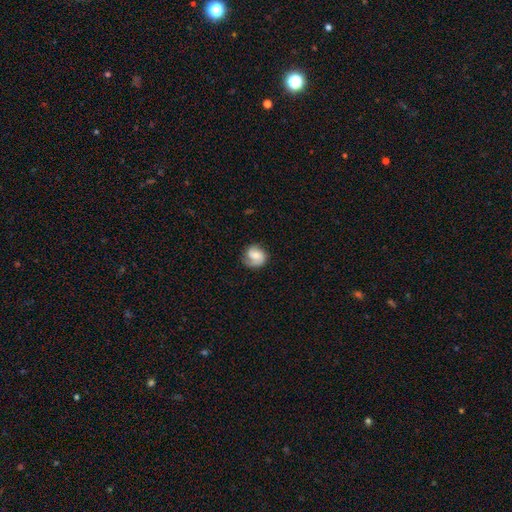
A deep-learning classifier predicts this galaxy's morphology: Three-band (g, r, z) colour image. It shows a featured or disk galaxy (48%). Merging: none (65%).